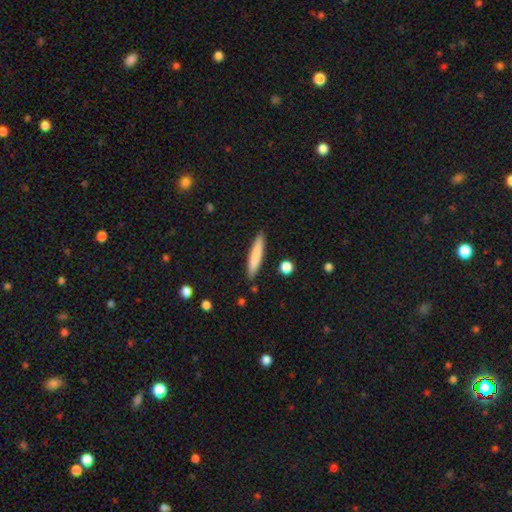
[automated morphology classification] Q: Smooth or featured?
A: smooth (80%); runner-up: featured or disk (14%)
Q: How rounded?
A: cigar-shaped (91%); runner-up: in between (7%)
Q: Merging?
A: none (89%); runner-up: minor disturbance (8%)